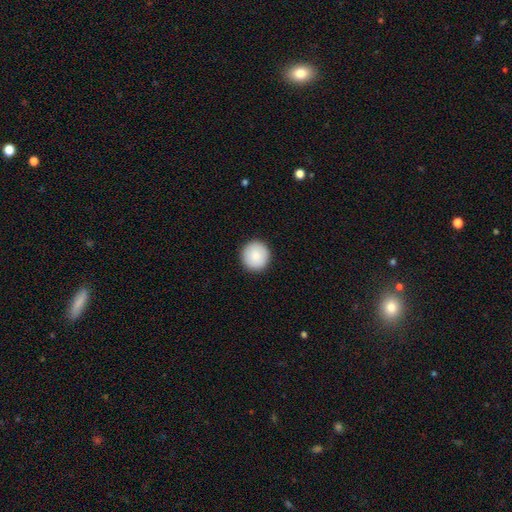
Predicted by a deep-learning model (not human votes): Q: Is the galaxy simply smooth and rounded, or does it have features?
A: smooth — 88%.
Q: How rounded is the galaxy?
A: round — 95%.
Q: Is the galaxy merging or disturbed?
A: none — 92%.